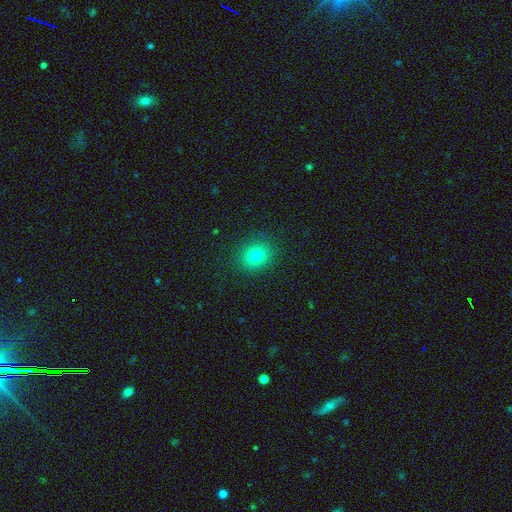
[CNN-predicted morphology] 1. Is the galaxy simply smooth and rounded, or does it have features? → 79% smooth, 14% star or artifact, 8% featured or disk.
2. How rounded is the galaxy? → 77% round, 22% in between, 1% cigar-shaped.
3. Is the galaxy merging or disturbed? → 89% none, 7% minor disturbance, 3% major disturbance, 1% merger.